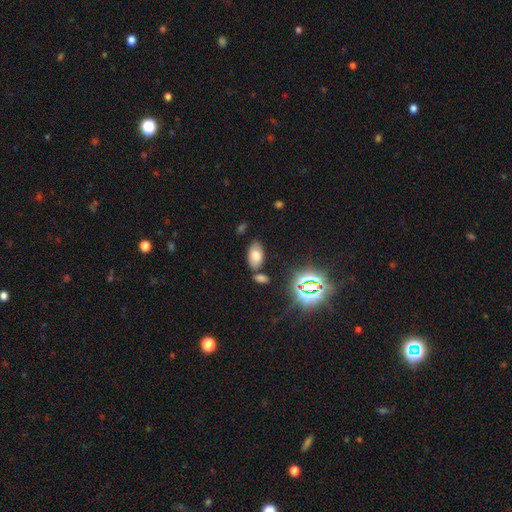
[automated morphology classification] Overall: smooth (67%). How rounded: in between (93%). Merging: none (75%).